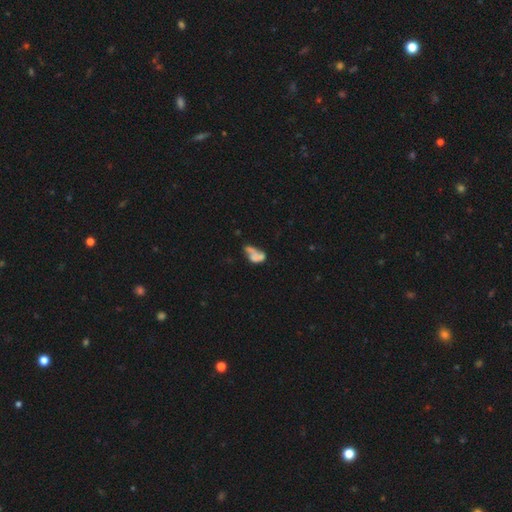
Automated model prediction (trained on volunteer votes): smooth 46%, featured or disk 41%, star or artifact 13%. Down the decision tree: merging — merger (30%).